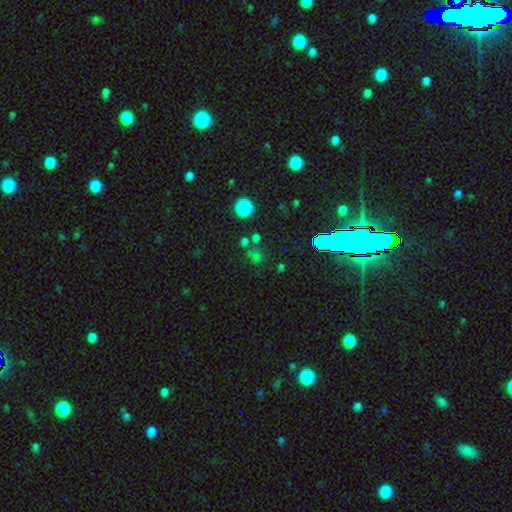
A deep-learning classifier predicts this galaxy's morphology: smooth-or-featured: star or artifact: 47% | smooth: 43% | featured or disk: 10%